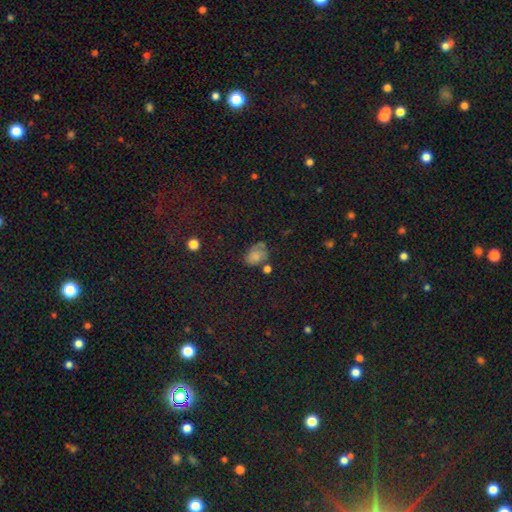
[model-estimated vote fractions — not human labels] smooth 64%, star or artifact 20%, featured or disk 16%. Down the decision tree: how rounded — in between (75%); merging — none (49%).